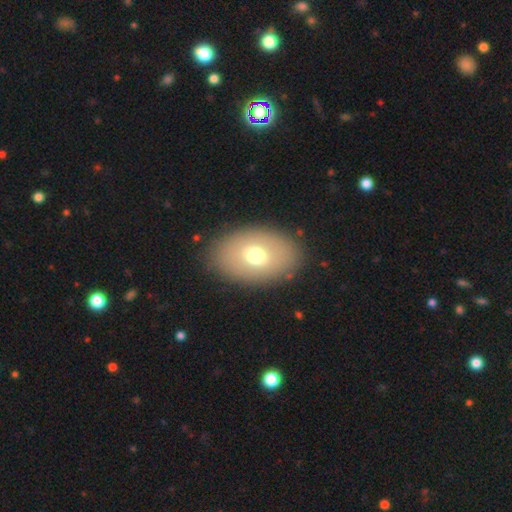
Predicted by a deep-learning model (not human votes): smooth_or_featured: smooth (p=0.67) [alt: featured or disk p=0.24]
how_rounded: in between (p=0.86) [alt: round p=0.13]
merging: none (p=0.86) [alt: minor disturbance p=0.09]